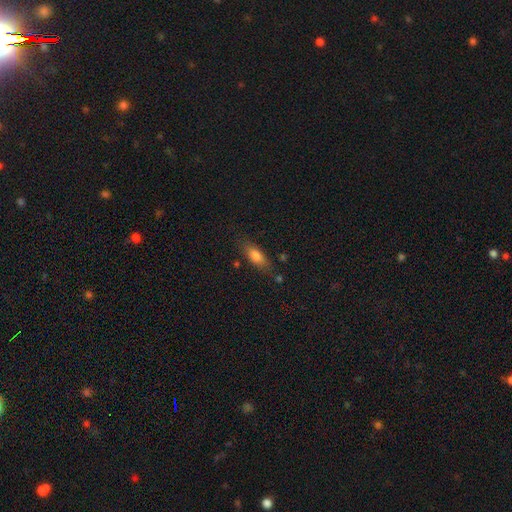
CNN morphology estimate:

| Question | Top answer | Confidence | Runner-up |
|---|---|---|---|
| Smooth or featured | smooth | 76% | featured or disk (16%) |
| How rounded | in between | 69% | cigar-shaped (27%) |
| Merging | none | 73% | minor disturbance (18%) |